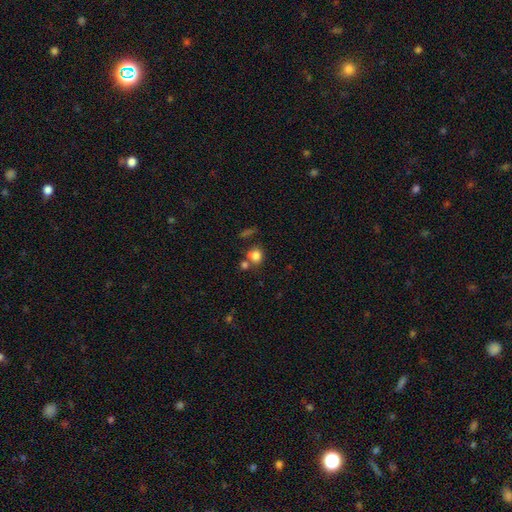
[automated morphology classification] smooth_or_featured: smooth (p=0.79) [alt: star or artifact p=0.12]
how_rounded: round (p=0.72) [alt: in between p=0.27]
merging: none (p=0.53) [alt: merger p=0.28]